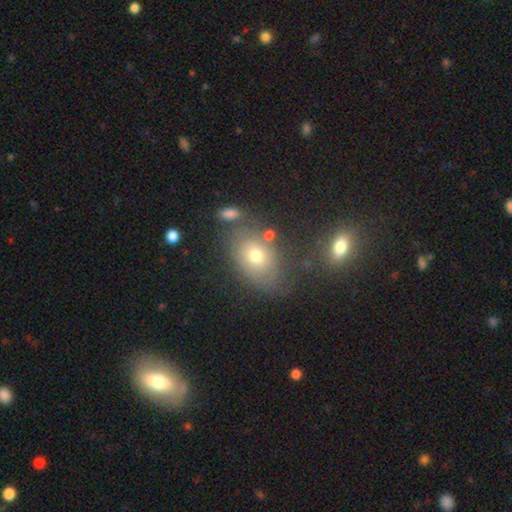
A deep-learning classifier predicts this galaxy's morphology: A smooth galaxy with no disk features (63%) that is in between round and cigar-shaped (74%). Merging: none (63%).